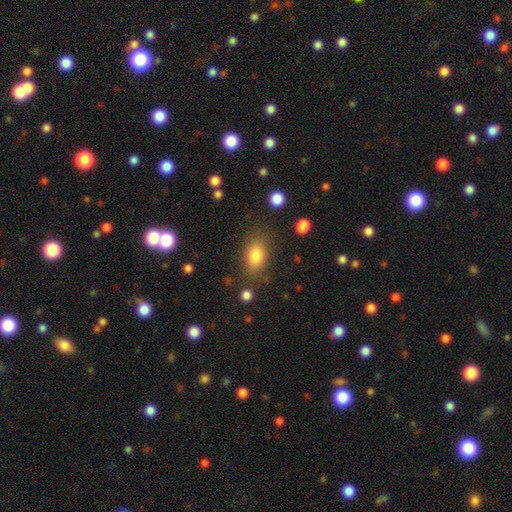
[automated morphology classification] Q: Smooth or featured?
A: smooth (82%); runner-up: star or artifact (9%)
Q: How rounded?
A: in between (81%); runner-up: round (17%)
Q: Merging?
A: none (77%); runner-up: minor disturbance (14%)